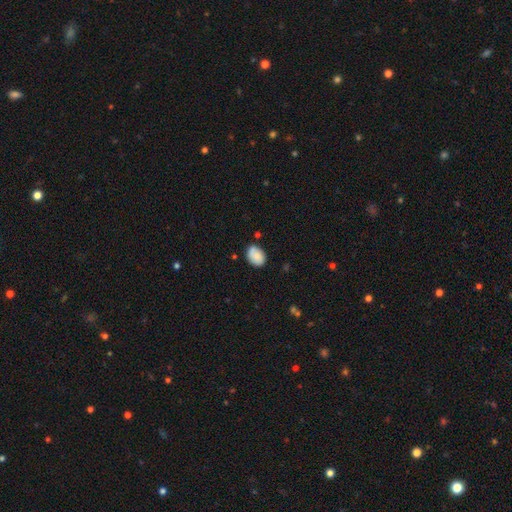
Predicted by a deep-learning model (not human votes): Smooth or featured? smooth (80%)
How rounded? in between (70%)
Merging? none (67%)